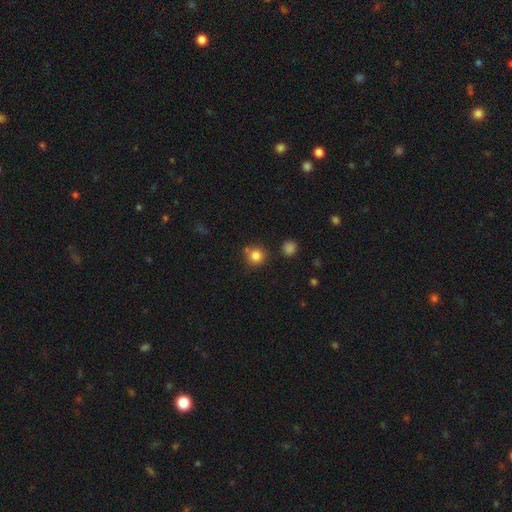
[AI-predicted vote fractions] The model was most divided on "merging": none: 75%, merger: 11%, minor disturbance: 10%, major disturbance: 3%. More confident: how rounded — round (92%); smooth or featured — smooth (83%).